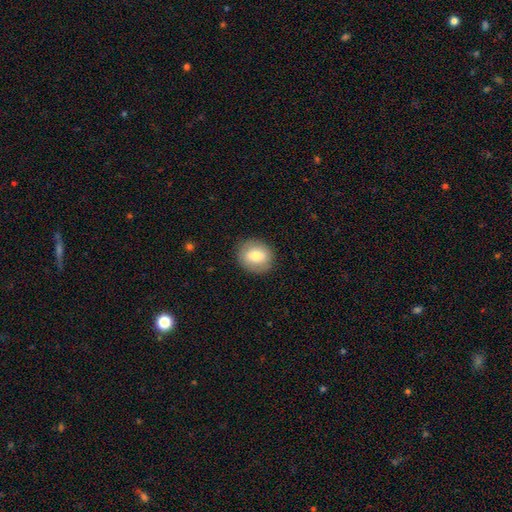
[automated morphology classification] Smooth or featured? Predicted: smooth (p=0.73). How rounded? Predicted: round (p=0.73). Merging? Predicted: none (p=0.87).